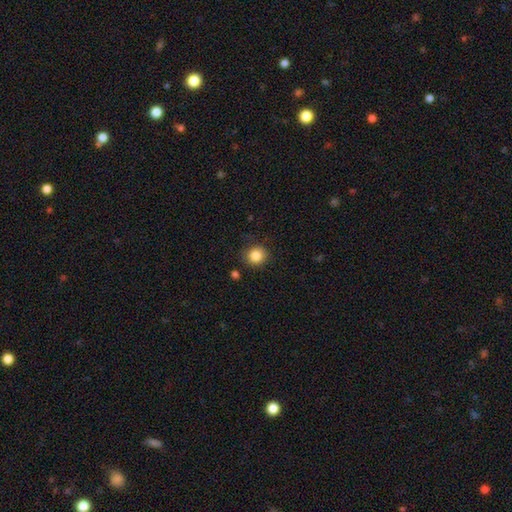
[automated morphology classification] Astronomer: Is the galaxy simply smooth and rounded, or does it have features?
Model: smooth — 84%.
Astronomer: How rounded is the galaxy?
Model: round — 90%.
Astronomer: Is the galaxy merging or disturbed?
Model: none — 88%.